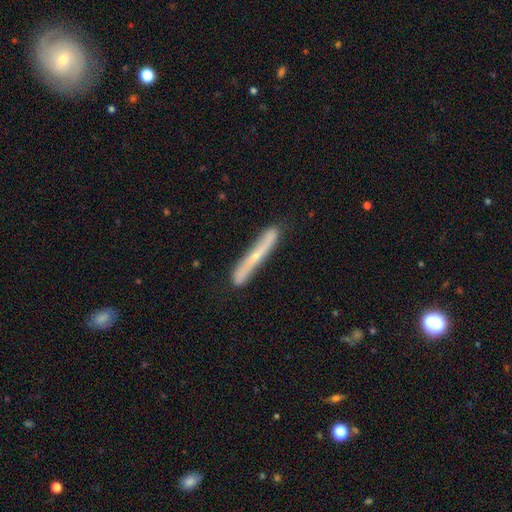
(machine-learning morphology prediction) A featured or disk galaxy (57%) viewed edge-on (79%).

Vote fractions:
- Smooth or featured? featured or disk: 57% / smooth: 37% / star or artifact: 6%
- Edge-on disk? yes: 79% / no: 21%
- Merging? none: 78% / minor disturbance: 17% / major disturbance: 3% / merger: 2%